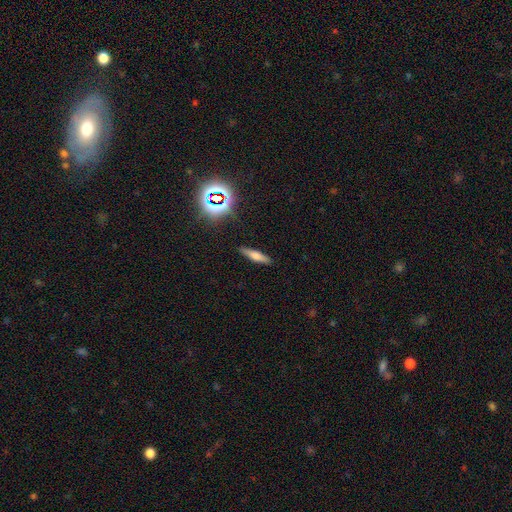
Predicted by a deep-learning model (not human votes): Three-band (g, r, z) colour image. It shows a smooth galaxy with no disk features (56%) that is cigar-shaped (76%). Merging: none (88%).